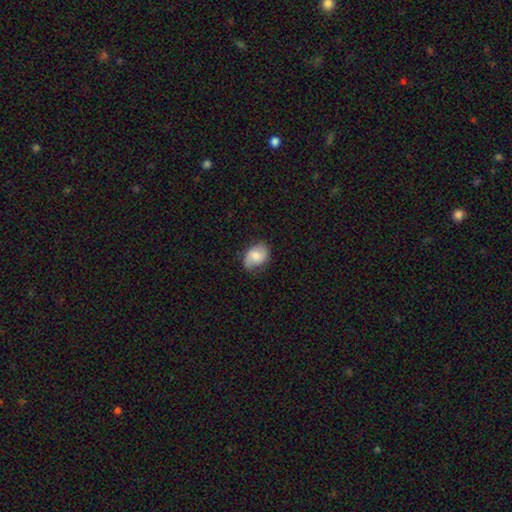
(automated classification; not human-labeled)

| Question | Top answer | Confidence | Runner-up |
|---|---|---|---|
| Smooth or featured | smooth | 65% | featured or disk (28%) |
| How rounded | in between | 75% | round (23%) |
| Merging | none | 69% | minor disturbance (25%) |